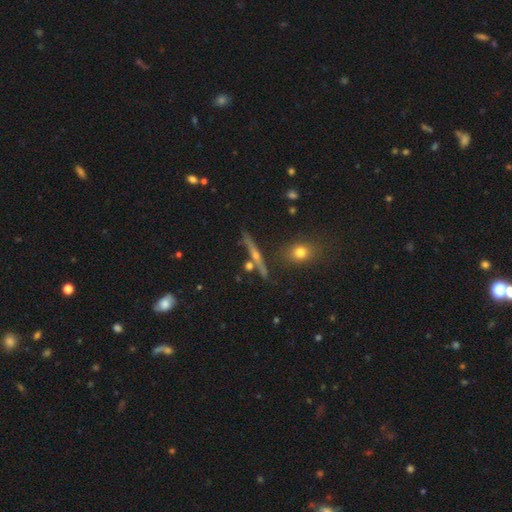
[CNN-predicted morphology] Smooth or featured: featured or disk — 73% (smooth — 17%)
Edge-on disk: yes — 95% (no — 5%)
Edge-on bulge: rounded — 82% (none — 13%)
Merging: none — 79% (minor disturbance — 10%)